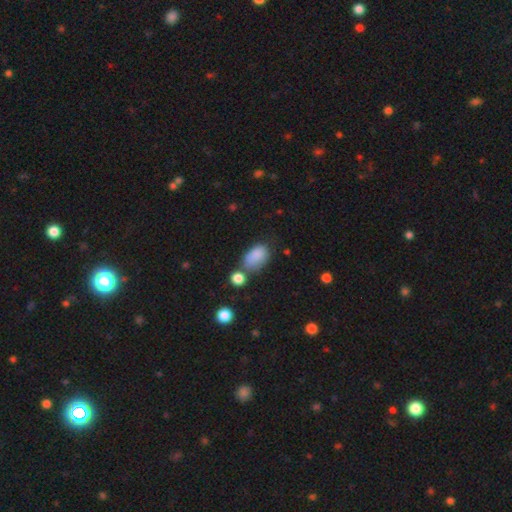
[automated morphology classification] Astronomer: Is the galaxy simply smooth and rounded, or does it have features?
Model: smooth — 83%.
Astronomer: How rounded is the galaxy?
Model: in between — 89%.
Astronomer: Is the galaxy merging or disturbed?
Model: none — 43% (runner-up: minor disturbance, 26%).